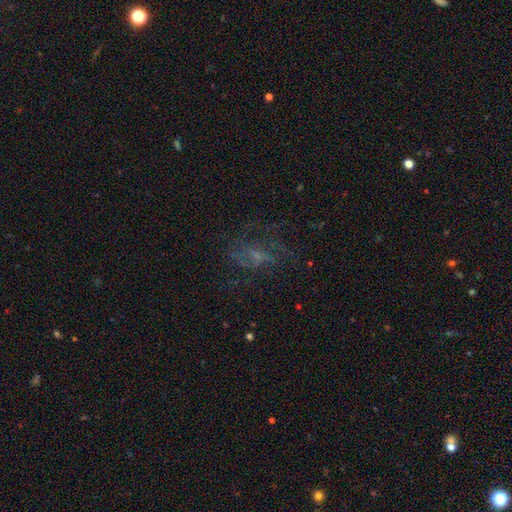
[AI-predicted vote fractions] This appears to be a featured or disk galaxy (51%). Merging: none (55%).